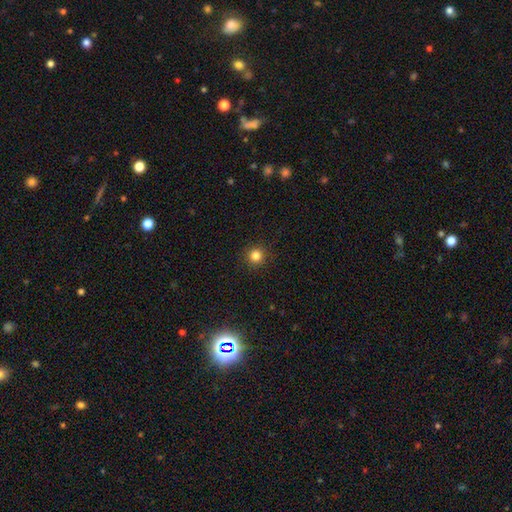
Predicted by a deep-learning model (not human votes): A smooth galaxy with no disk features (83%) that is round (95%).

Vote fractions:
- Smooth or featured? smooth: 83% / star or artifact: 13% / featured or disk: 5%
- How rounded? round: 95% / in between: 4% / cigar-shaped: 1%
- Merging? none: 92% / minor disturbance: 5% / major disturbance: 2% / merger: 1%